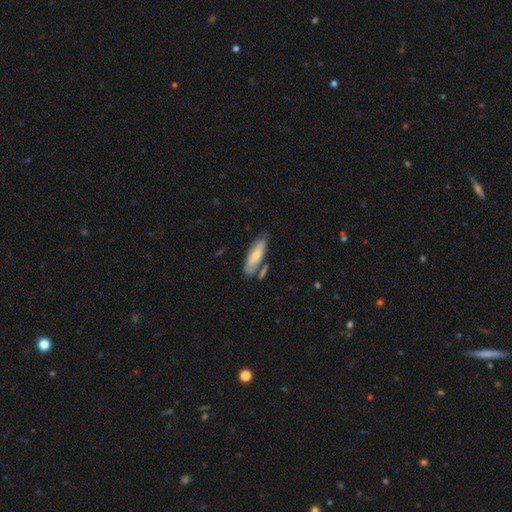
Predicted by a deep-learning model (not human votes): A smooth galaxy with no disk features (64%) that is in between round and cigar-shaped (55%). Merging: none (70%).